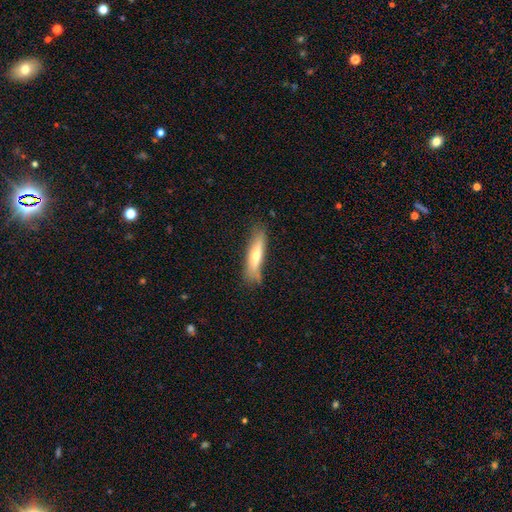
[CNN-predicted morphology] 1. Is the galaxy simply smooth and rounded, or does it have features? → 51% smooth, 43% featured or disk, 6% star or artifact.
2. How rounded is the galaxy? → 80% cigar-shaped, 18% in between, 2% round.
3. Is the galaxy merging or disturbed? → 73% none, 21% minor disturbance, 5% major disturbance, 2% merger.